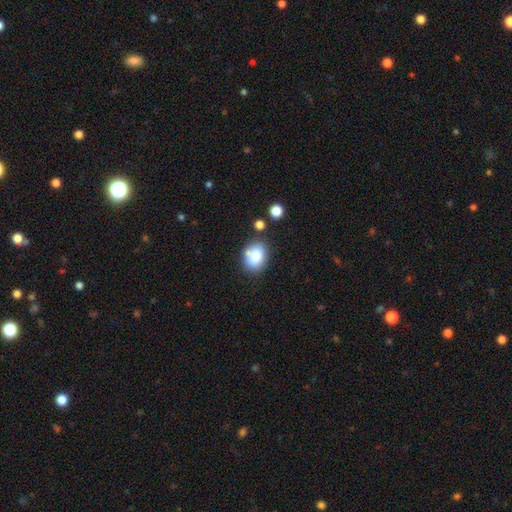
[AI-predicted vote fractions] A smooth galaxy with no disk features (79%) that is in between round and cigar-shaped (64%).

Vote fractions:
- Smooth or featured? smooth: 79% / featured or disk: 12% / star or artifact: 10%
- How rounded? in between: 64% / round: 35% / cigar-shaped: 1%
- Merging? none: 67% / minor disturbance: 16% / merger: 13% / major disturbance: 4%